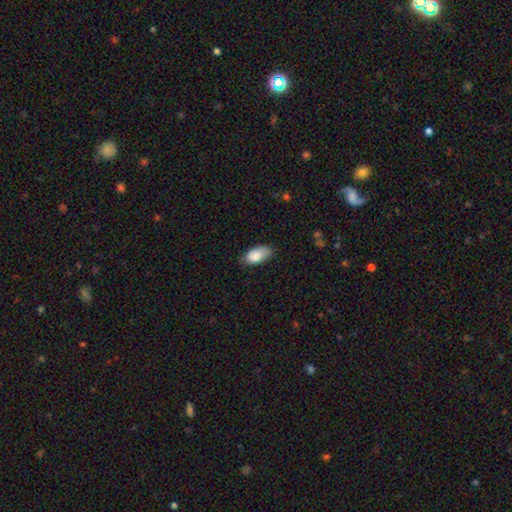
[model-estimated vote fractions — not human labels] The model was most divided on "merging": none: 68%, minor disturbance: 26%, major disturbance: 5%, merger: 1%. More confident: how rounded — in between (94%); smooth or featured — smooth (81%).